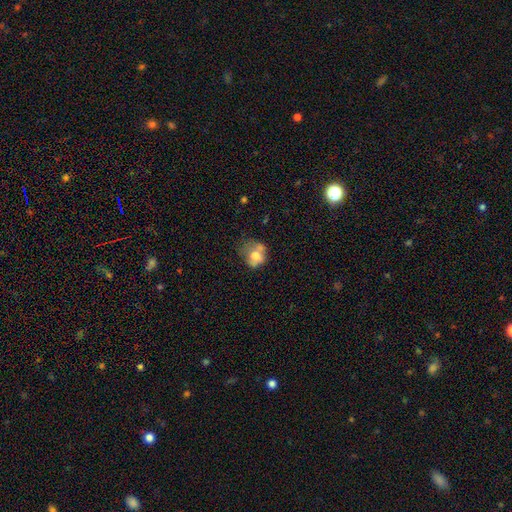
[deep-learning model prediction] A smooth galaxy with no disk features (63%) that is round (57%). Merging: none (30%).